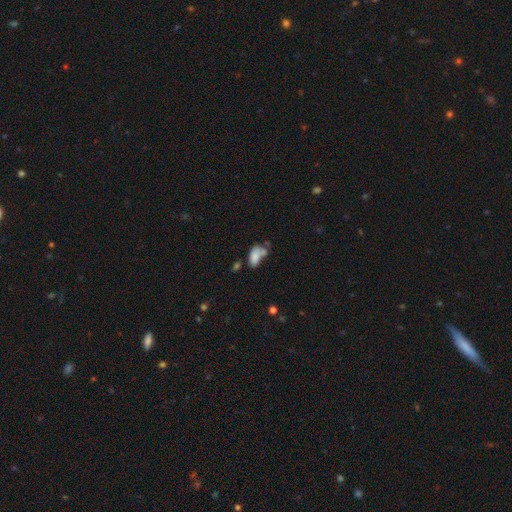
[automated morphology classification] smooth-or-featured: smooth: 76% | featured or disk: 13% | star or artifact: 11%
  how-rounded: in between: 91% | round: 6% | cigar-shaped: 3%
  merging: merger: 35% | none: 29% | minor disturbance: 21% | major disturbance: 15%